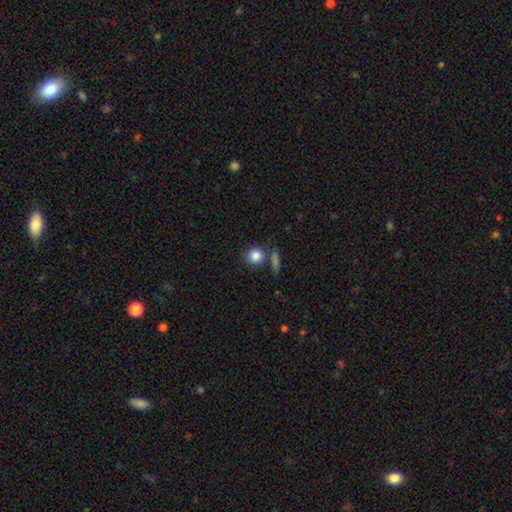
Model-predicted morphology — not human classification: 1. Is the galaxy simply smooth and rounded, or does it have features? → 85% smooth, 9% star or artifact, 6% featured or disk.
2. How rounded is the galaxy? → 86% round, 12% in between, 2% cigar-shaped.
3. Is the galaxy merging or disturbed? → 71% none, 15% merger, 10% minor disturbance, 4% major disturbance.